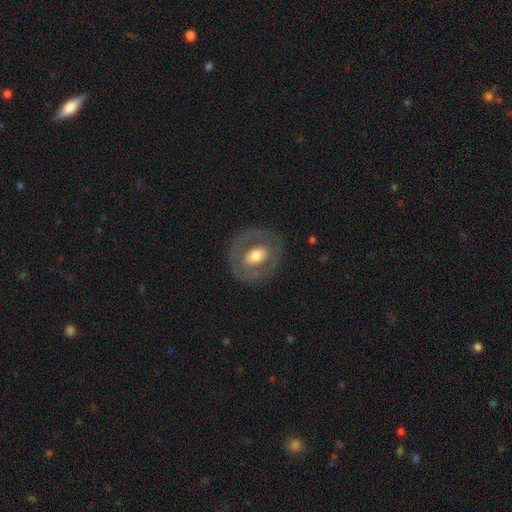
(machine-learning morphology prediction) This is possibly a featured or disk galaxy (48%). Merging: likely none (80%).